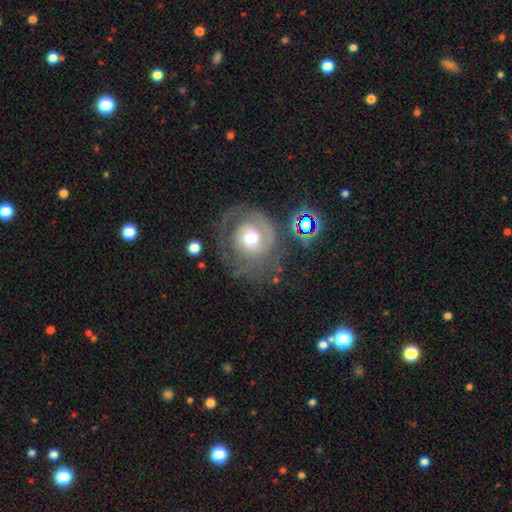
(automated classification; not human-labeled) featured or disk 69%, smooth 22%, star or artifact 9%. Down the decision tree: edge-on disk — no (97%); bar — no (77%); spiral arms — yes (69%); bulge size — moderate (70%); merging — none (60%).